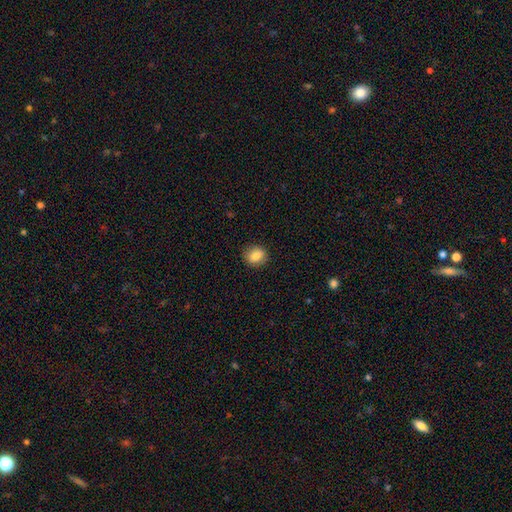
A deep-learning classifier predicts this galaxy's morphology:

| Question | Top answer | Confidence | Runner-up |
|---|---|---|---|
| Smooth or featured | smooth | 85% | star or artifact (9%) |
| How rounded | round | 73% | in between (26%) |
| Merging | none | 90% | minor disturbance (7%) |